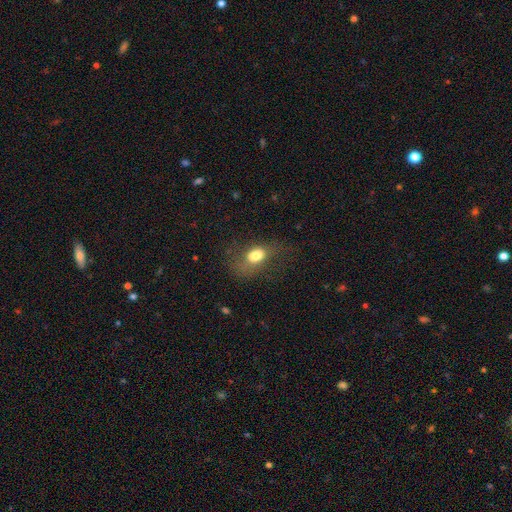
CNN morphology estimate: Smooth or featured: smooth — 73% (featured or disk — 17%)
How rounded: in between — 77% (round — 20%)
Merging: none — 44% (major disturbance — 30%)